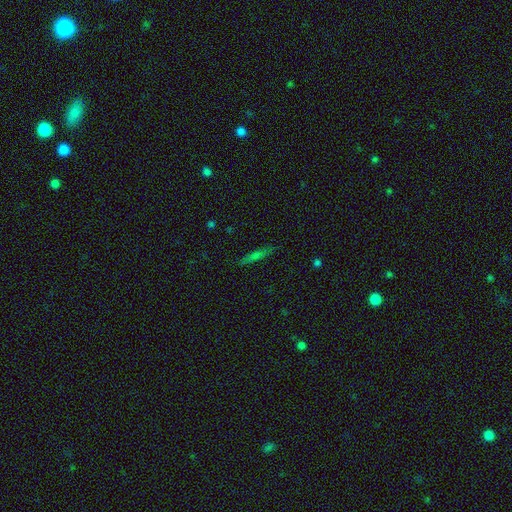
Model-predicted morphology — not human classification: Q: Smooth or featured?
A: smooth (51%); runner-up: featured or disk (36%)
Q: How rounded?
A: cigar-shaped (90%); runner-up: in between (8%)
Q: Merging?
A: none (87%); runner-up: minor disturbance (10%)